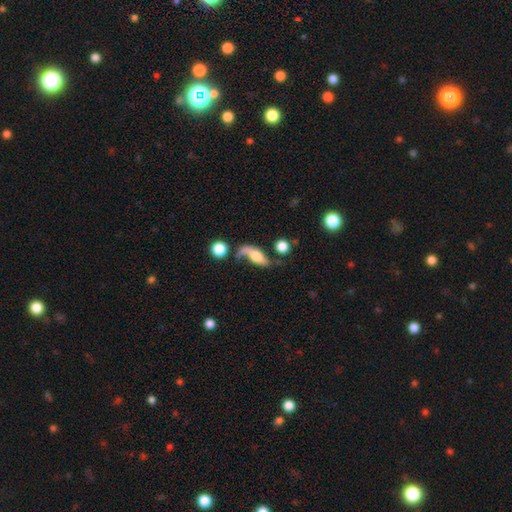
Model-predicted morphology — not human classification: featured or disk 53%, smooth 39%, star or artifact 9%. Down the decision tree: edge-on disk — no (74%); merging — none (38%).